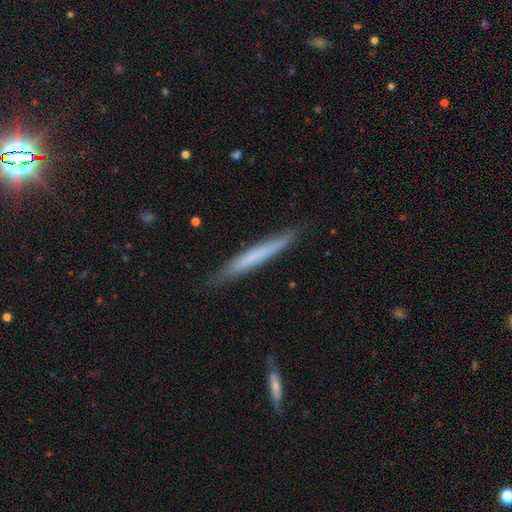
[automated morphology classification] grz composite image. It shows a smooth galaxy with no disk features (60%) that is cigar-shaped (96%). Merging: none (84%).